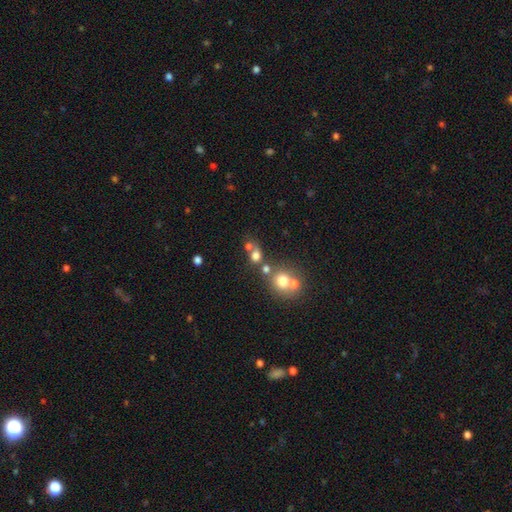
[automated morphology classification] Smooth or featured? smooth (69%)
How rounded? round (71%)
Merging? none (45%)